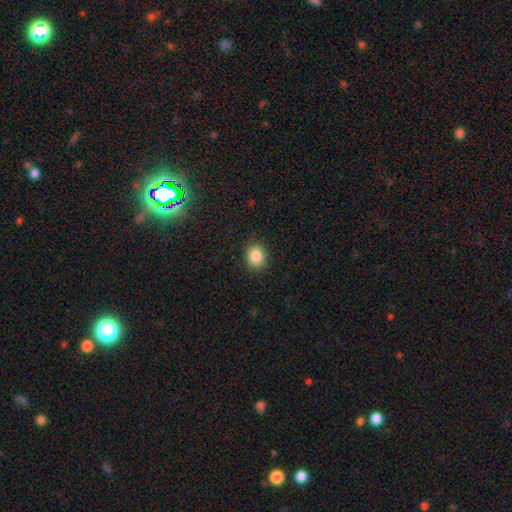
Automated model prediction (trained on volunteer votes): This is clearly a smooth galaxy (85%). How rounded: likely round (63%). Merging: clearly none (89%).